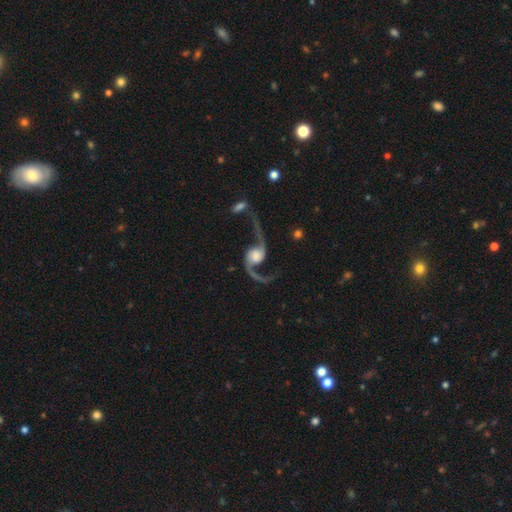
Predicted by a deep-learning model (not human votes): Smooth or featured?
  - featured or disk: 92% *
  - star or artifact: 4%
  - smooth: 4%
Edge-on disk?
  - no: 97% *
  - yes: 3%
Bar?
  - no: 62% *
  - weak: 27%
  - strong: 11%
Spiral arms?
  - yes: 98% *
  - no: 2%
Spiral winding?
  - loose: 86% *
  - medium: 11%
  - tight: 3%
Spiral arm count?
  - 2: 94% *
  - 1: 2%
  - can't tell: 1%
  - 3: 1%
  - 4: 1%
  - more than 4: 1%
Bulge size?
  - large: 41% *
  - moderate: 23%
  - dominant: 12%
  - none: 12%
  - small: 11%
Merging?
  - none: 61% *
  - major disturbance: 15%
  - minor disturbance: 14%
  - merger: 10%